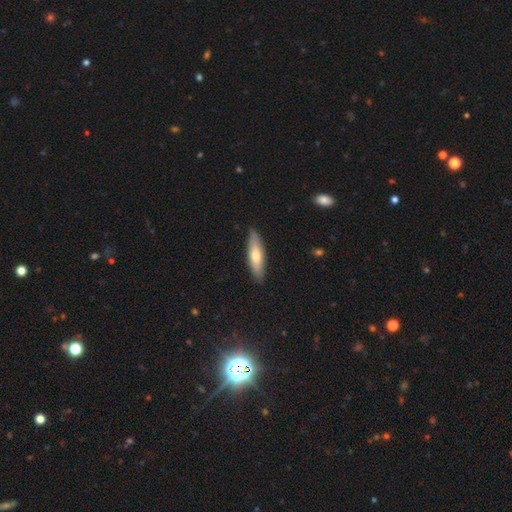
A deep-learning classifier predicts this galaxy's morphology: This appears to be a smooth galaxy with no disk features (63%) that is cigar-shaped (65%). Merging: none (88%).